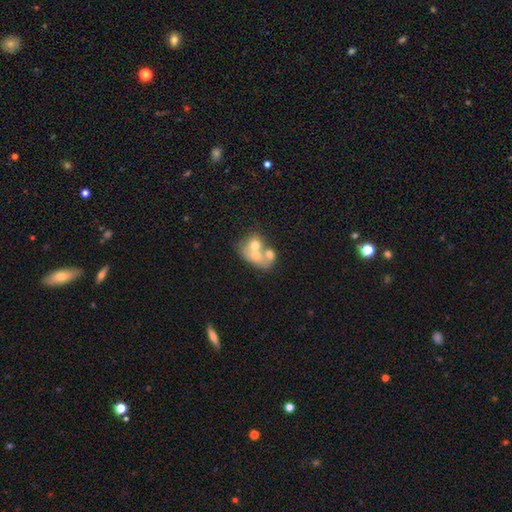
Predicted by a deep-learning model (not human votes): Overall: smooth (50%; featured or disk 40%). Merging: merger (68%).